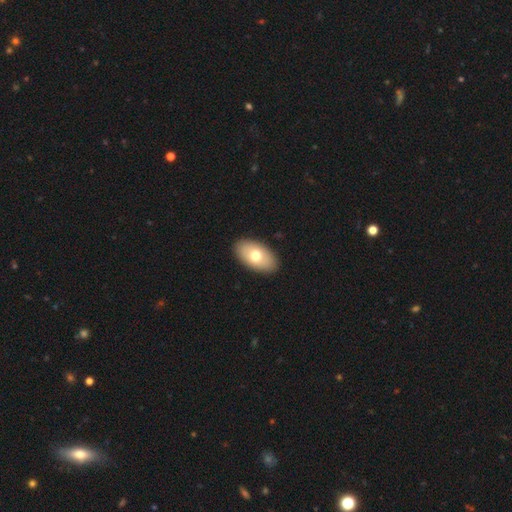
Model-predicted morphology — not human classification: Q: Smooth or featured?
A: smooth (71%); runner-up: featured or disk (23%)
Q: How rounded?
A: in between (94%); runner-up: round (4%)
Q: Merging?
A: none (90%); runner-up: minor disturbance (7%)